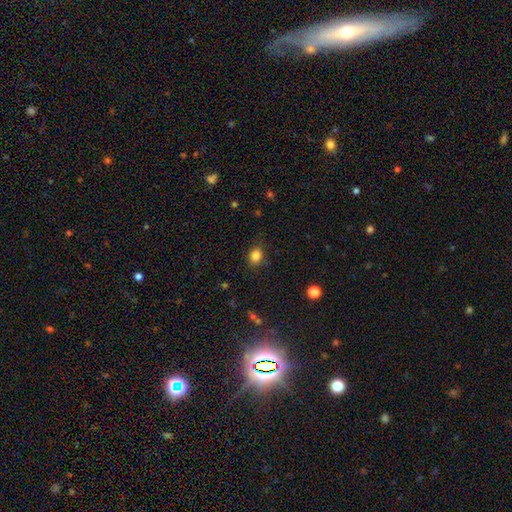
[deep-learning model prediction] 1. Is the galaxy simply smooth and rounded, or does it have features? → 83% smooth, 11% star or artifact, 5% featured or disk.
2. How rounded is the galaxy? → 52% round, 47% in between, 1% cigar-shaped.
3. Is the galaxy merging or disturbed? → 84% none, 12% minor disturbance, 3% major disturbance, 1% merger.